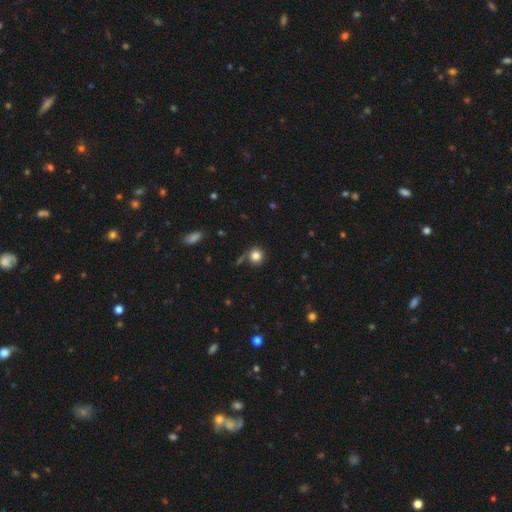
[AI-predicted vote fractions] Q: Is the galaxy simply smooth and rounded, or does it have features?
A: smooth — 82%.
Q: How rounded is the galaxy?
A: round — 92%.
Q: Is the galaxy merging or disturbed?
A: none — 78%.